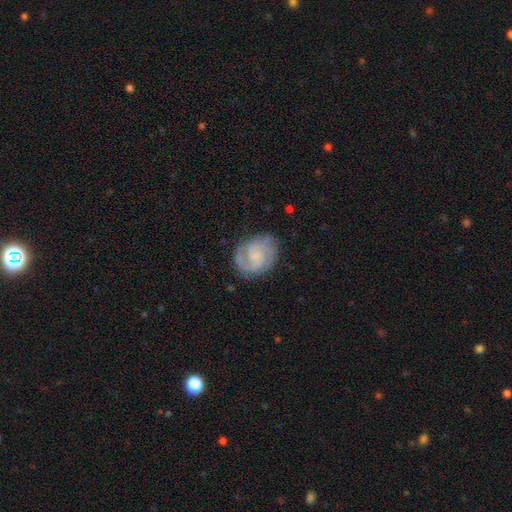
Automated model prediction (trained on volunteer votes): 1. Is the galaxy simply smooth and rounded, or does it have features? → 76% featured or disk, 17% smooth, 6% star or artifact.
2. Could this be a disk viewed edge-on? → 98% no, 2% yes.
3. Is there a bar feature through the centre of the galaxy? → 60% no, 34% weak, 6% strong.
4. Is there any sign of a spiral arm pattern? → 94% yes, 6% no.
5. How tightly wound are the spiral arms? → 49% tight, 41% medium, 10% loose.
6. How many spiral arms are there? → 70% 2, 12% can't tell, 9% 3, 5% 1, 2% 4, 2% more than 4.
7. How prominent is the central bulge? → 38% small, 37% none, 19% moderate, 5% large, 1% dominant.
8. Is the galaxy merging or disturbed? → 75% none, 16% minor disturbance, 7% major disturbance, 1% merger.